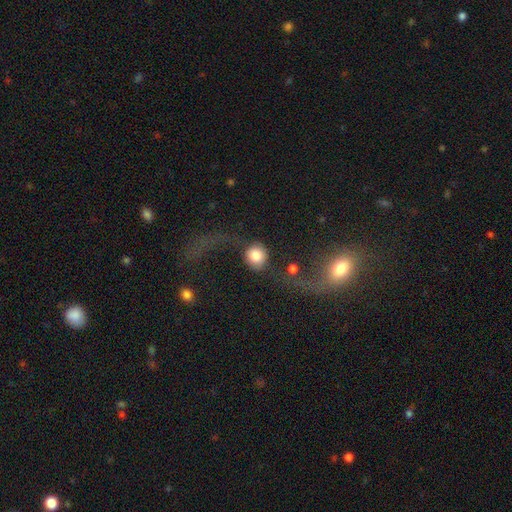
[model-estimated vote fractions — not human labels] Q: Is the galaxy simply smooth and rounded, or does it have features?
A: smooth — 75%.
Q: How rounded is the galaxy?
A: round — 89%.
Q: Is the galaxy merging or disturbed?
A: none — 49%.